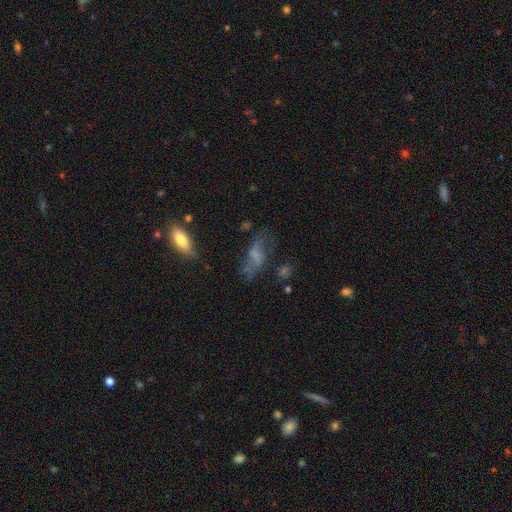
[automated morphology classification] A featured or disk galaxy (45%). Merging: none (47%).